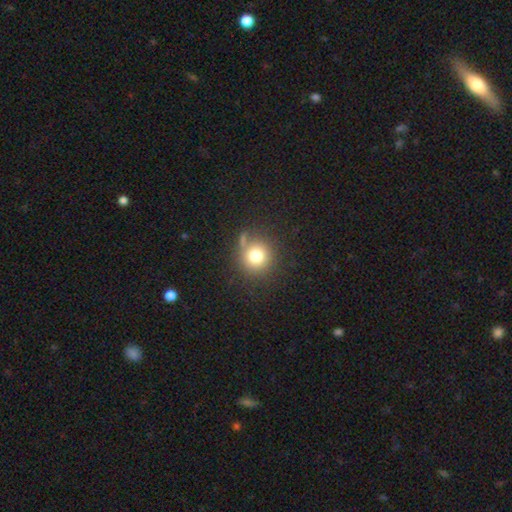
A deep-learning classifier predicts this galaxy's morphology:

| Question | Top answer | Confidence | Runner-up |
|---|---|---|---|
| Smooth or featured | smooth | 78% | star or artifact (12%) |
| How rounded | round | 91% | in between (8%) |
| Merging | none | 73% | minor disturbance (14%) |